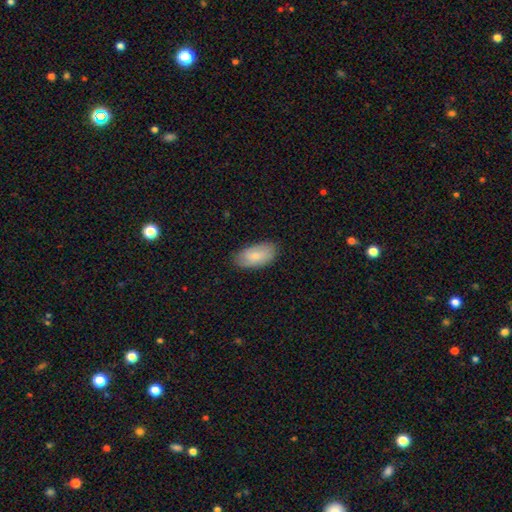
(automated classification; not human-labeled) Smooth or featured?
  - smooth: 77% *
  - featured or disk: 18%
  - star or artifact: 6%
How rounded?
  - in between: 94% *
  - cigar-shaped: 3%
  - round: 3%
Merging?
  - none: 82% *
  - minor disturbance: 14%
  - major disturbance: 3%
  - merger: 1%